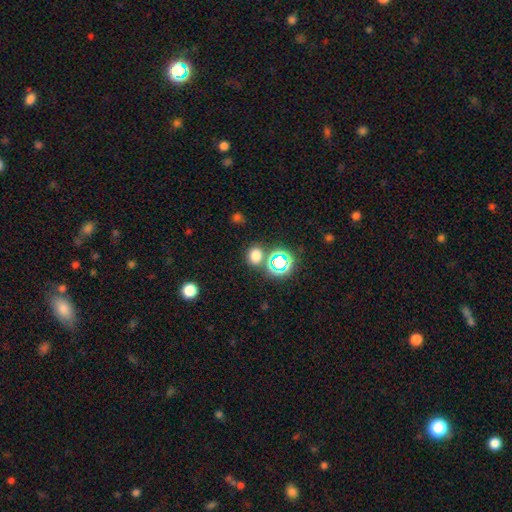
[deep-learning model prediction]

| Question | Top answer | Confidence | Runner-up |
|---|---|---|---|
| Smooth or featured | smooth | 68% | star or artifact (26%) |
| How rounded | round | 63% | in between (36%) |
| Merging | none | 76% | merger (12%) |